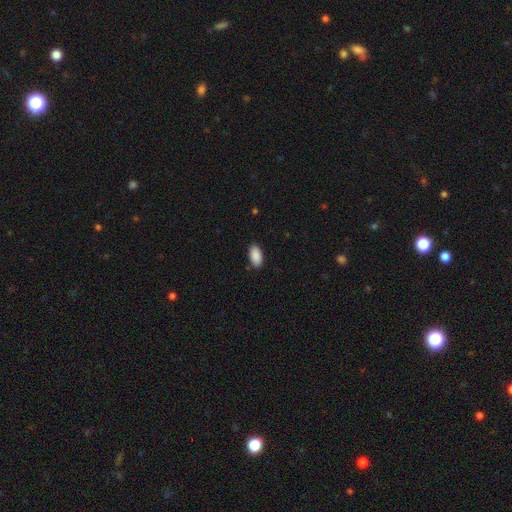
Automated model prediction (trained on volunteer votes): Q: Smooth or featured?
A: smooth (90%); runner-up: star or artifact (7%)
Q: How rounded?
A: in between (95%); runner-up: cigar-shaped (3%)
Q: Merging?
A: none (88%); runner-up: minor disturbance (9%)